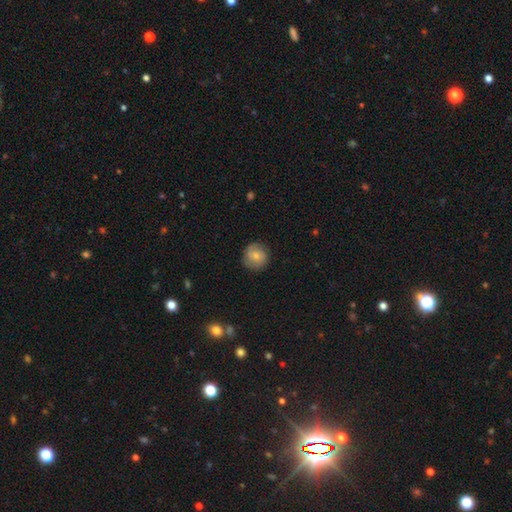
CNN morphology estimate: Smooth or featured? smooth (56%)
How rounded? round (90%)
Merging? none (81%)